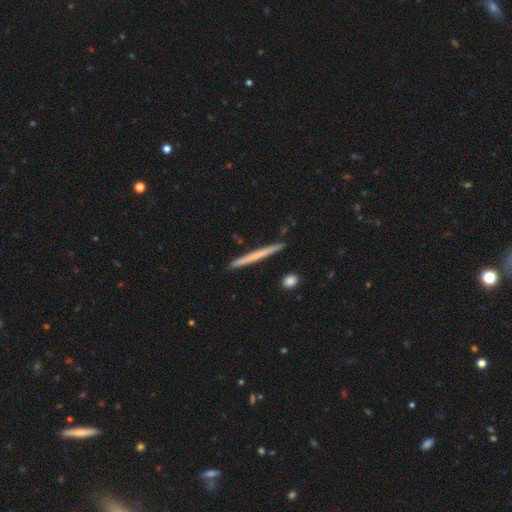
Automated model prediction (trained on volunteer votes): A smooth galaxy with no disk features (52%) that is cigar-shaped (97%). Merging: none (92%).